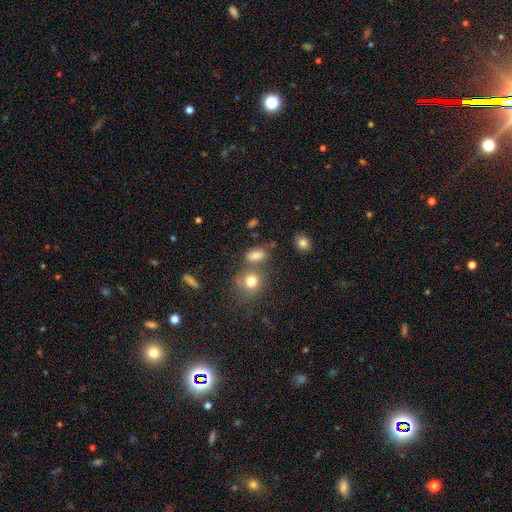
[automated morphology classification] Q: Smooth or featured?
A: smooth (78%); runner-up: star or artifact (13%)
Q: How rounded?
A: in between (79%); runner-up: round (17%)
Q: Merging?
A: none (55%); runner-up: merger (24%)